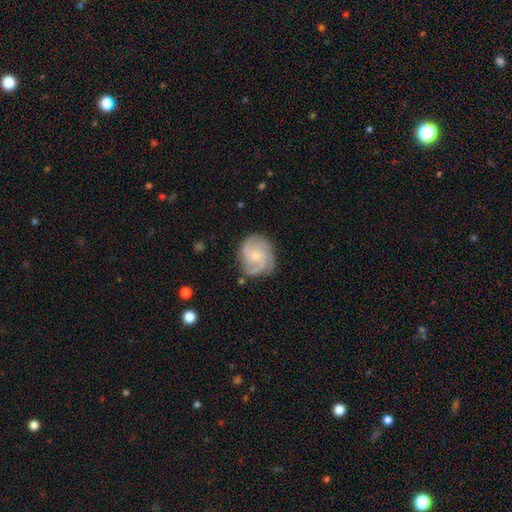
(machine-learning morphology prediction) smooth_or_featured: featured or disk (p=0.85) [alt: smooth p=0.09]
disk_edge_on: no (p=0.98) [alt: yes p=0.02]
bar: no (p=0.71) [alt: weak p=0.26]
has_spiral_arms: yes (p=0.98) [alt: no p=0.02]
spiral_winding: tight (p=0.51) [alt: medium p=0.41]
spiral_arm_count: 3 (p=0.58) [alt: 4 p=0.17]
bulge_size: small (p=0.60) [alt: moderate p=0.33]
merging: none (p=0.78) [alt: minor disturbance p=0.16]